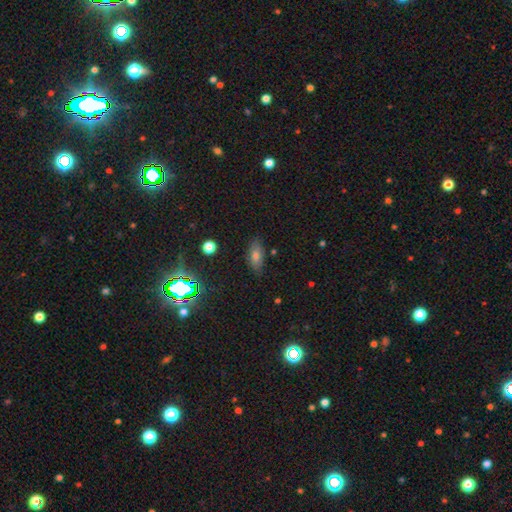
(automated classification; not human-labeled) smooth_or_featured: smooth (p=0.62) [alt: star or artifact p=0.24]
how_rounded: in between (p=0.81) [alt: cigar-shaped p=0.13]
merging: none (p=0.84) [alt: minor disturbance p=0.12]